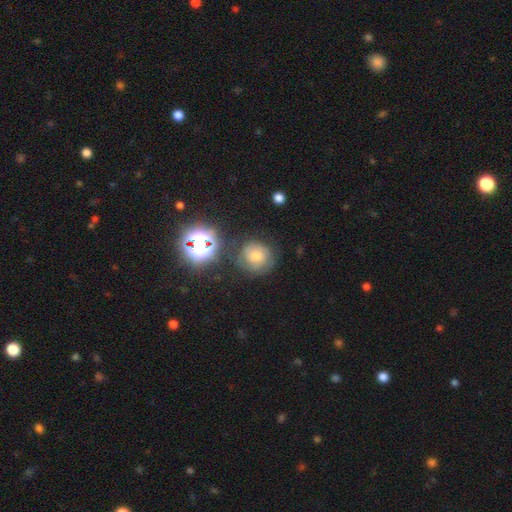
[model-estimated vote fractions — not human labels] This appears to be a smooth galaxy with no disk features (40%). Merging: none (74%).